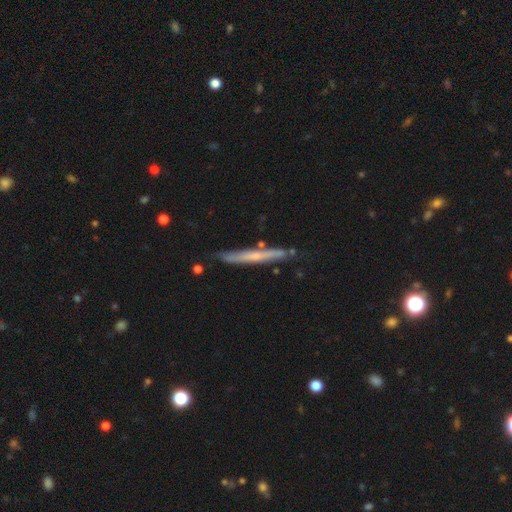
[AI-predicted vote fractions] Morphology: type=featured or disk (56%); edge-on=yes (93%); edge-on bulge=none (61%); merging=none (80%).